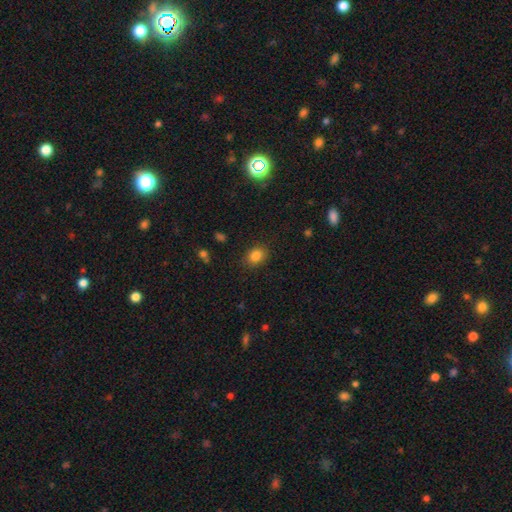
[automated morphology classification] Q: Smooth or featured?
A: smooth (84%); runner-up: star or artifact (11%)
Q: How rounded?
A: in between (59%); runner-up: round (40%)
Q: Merging?
A: none (85%); runner-up: minor disturbance (11%)